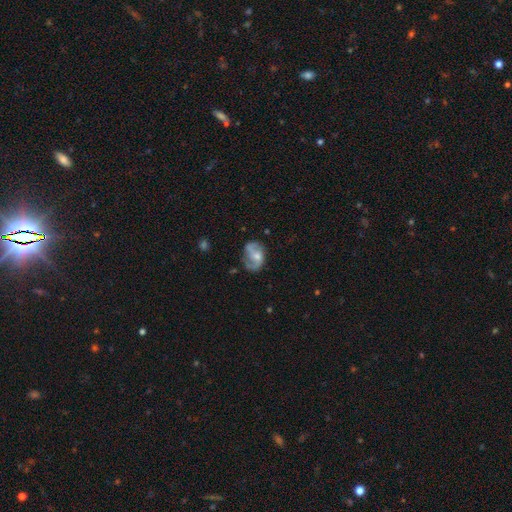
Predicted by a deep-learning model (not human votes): smooth-or-featured: featured or disk: 66% | smooth: 27% | star or artifact: 7%
  disk-edge-on: no: 97% | yes: 3%
    bar: no: 61% | weak: 32% | strong: 7%
    has-spiral-arms: yes: 82% | no: 18%
      spiral-winding: medium: 42% (tied) | loose: 42% (tied) | tight: 16%
      spiral-arm-count: 2: 71% | can't tell: 12% | 1: 9% | 3: 5% | 4: 2% | more than 4: 1%
    bulge-size: moderate: 49% | small: 37% | none: 8% | large: 5% | dominant: 1%
  merging: none: 51% | minor disturbance: 27% | major disturbance: 19% | merger: 3%